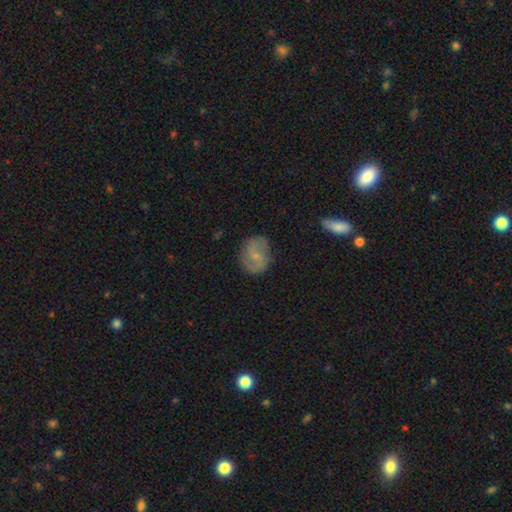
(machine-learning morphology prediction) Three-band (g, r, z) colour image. It shows a featured or disk galaxy (59%) with a weak bar (45%), spiral arms (86%) and a small central bulge (68%). Merging: none (76%).